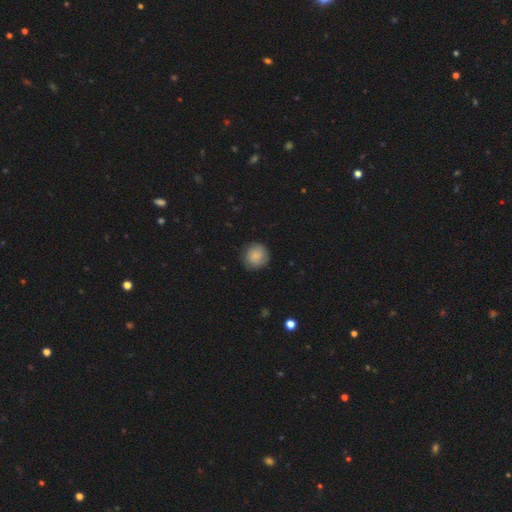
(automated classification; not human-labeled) smooth_or_featured: smooth (p=0.83) [alt: featured or disk p=0.10]
how_rounded: round (p=0.91) [alt: in between p=0.08]
merging: none (p=0.85) [alt: minor disturbance p=0.11]